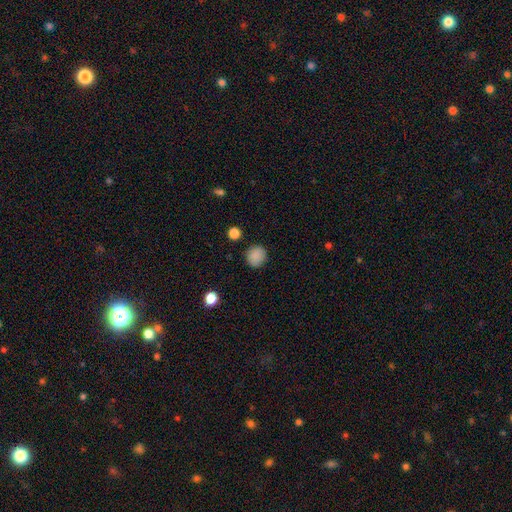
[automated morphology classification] The model was most divided on "how rounded": round: 88%, in between: 11%, cigar-shaped: 1%. More confident: merging — none (88%); smooth or featured — smooth (87%).